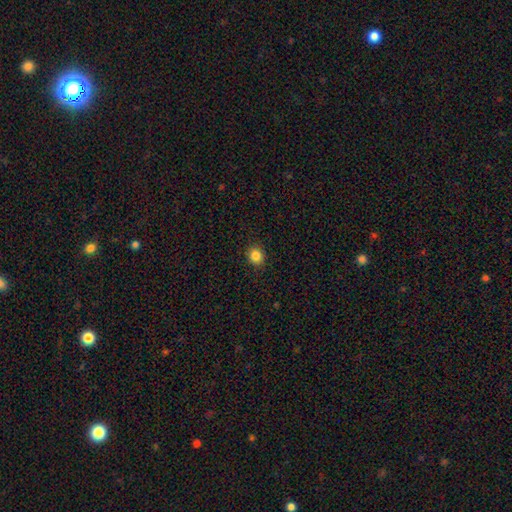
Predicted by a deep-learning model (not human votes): Smooth or featured? smooth (85%)
How rounded? round (75%)
Merging? none (90%)